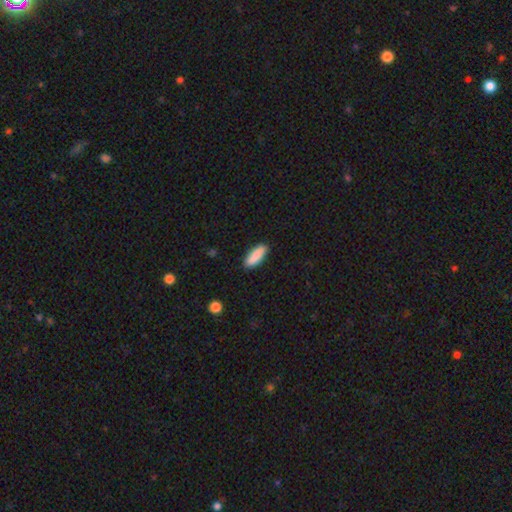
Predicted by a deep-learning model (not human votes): smooth 87%, featured or disk 7%, star or artifact 6%. Down the decision tree: how rounded — in between (62%); merging — none (87%).